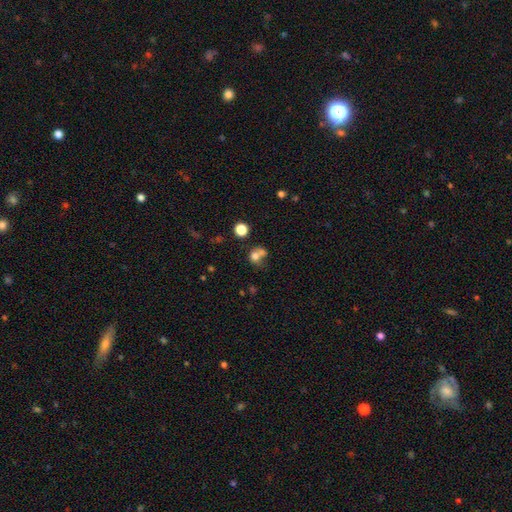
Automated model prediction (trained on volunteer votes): This appears to be a smooth galaxy with no disk features (70%) that is round (70%). Merging: merger (51%).